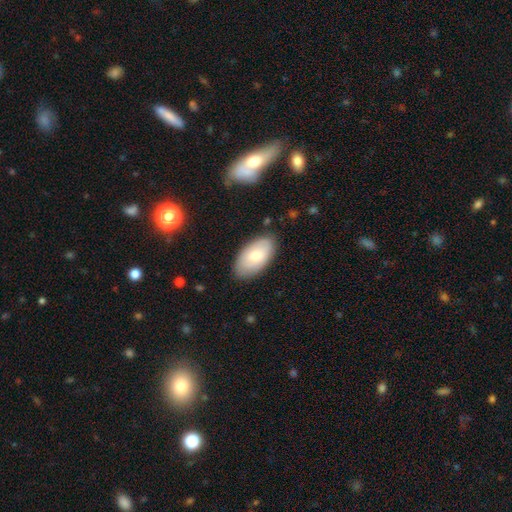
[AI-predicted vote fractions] This is likely a smooth galaxy (71%). How rounded: clearly in between (95%). Merging: clearly none (84%).